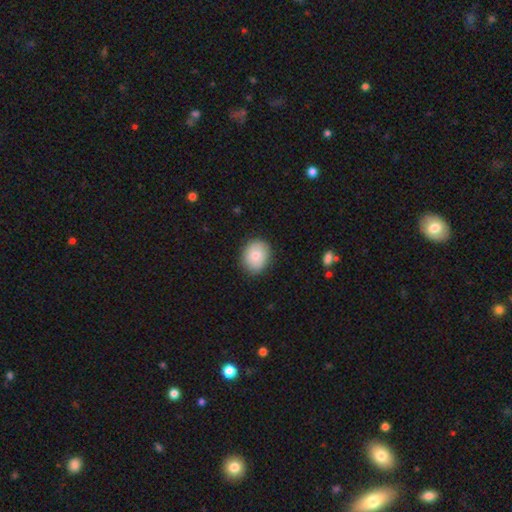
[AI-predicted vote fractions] smooth_or_featured: smooth (p=0.81) [alt: featured or disk p=0.12]
how_rounded: round (p=0.52) [alt: in between p=0.47]
merging: none (p=0.85) [alt: minor disturbance p=0.11]